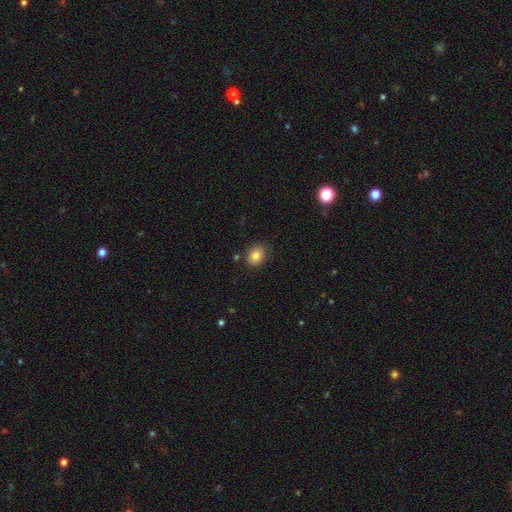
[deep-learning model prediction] Smooth or featured: smooth — 84% (star or artifact — 9%)
How rounded: in between — 50% (round — 49%)
Merging: none — 83% (minor disturbance — 12%)